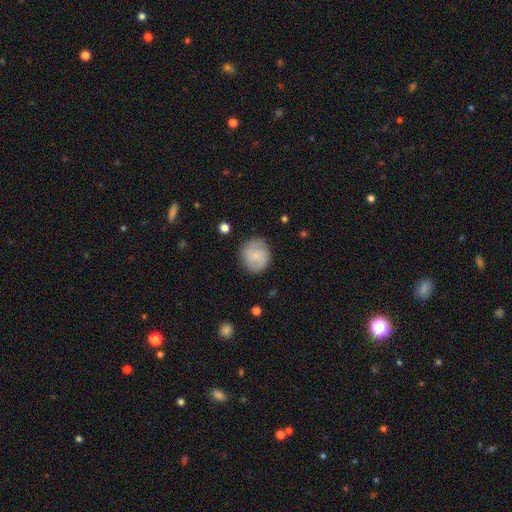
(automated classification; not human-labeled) Smooth or featured?
  - smooth: 64% *
  - featured or disk: 29%
  - star or artifact: 7%
How rounded?
  - round: 84% *
  - in between: 15%
  - cigar-shaped: 1%
Merging?
  - none: 83% *
  - minor disturbance: 12%
  - major disturbance: 3%
  - merger: 1%